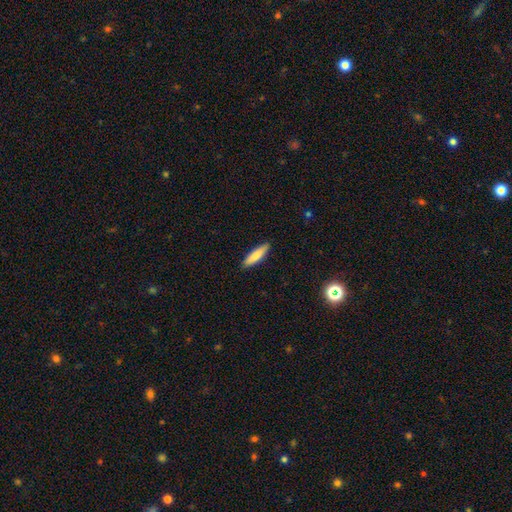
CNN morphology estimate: smooth_or_featured: smooth (p=0.79) [alt: featured or disk p=0.15]
how_rounded: cigar-shaped (p=0.72) [alt: in between p=0.26]
merging: none (p=0.89) [alt: minor disturbance p=0.09]